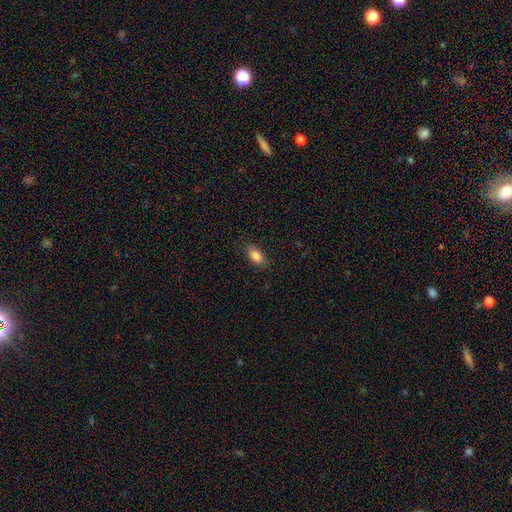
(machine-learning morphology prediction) The model was most divided on "merging": none: 83%, minor disturbance: 13%, major disturbance: 3%, merger: 1%. More confident: how rounded — in between (89%); smooth or featured — smooth (85%).